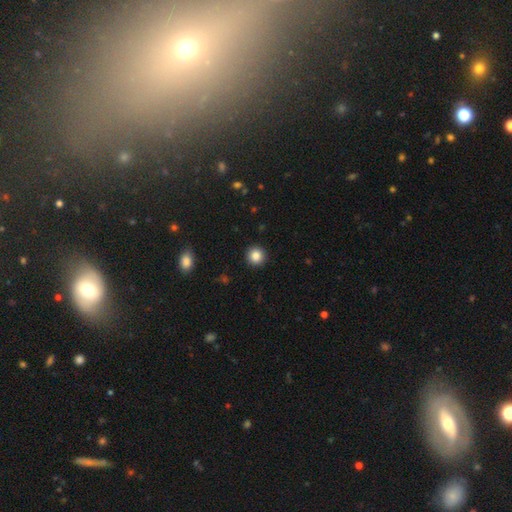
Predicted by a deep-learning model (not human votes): Q: Smooth or featured?
A: smooth (86%); runner-up: star or artifact (10%)
Q: How rounded?
A: round (94%); runner-up: in between (5%)
Q: Merging?
A: none (93%); runner-up: minor disturbance (5%)